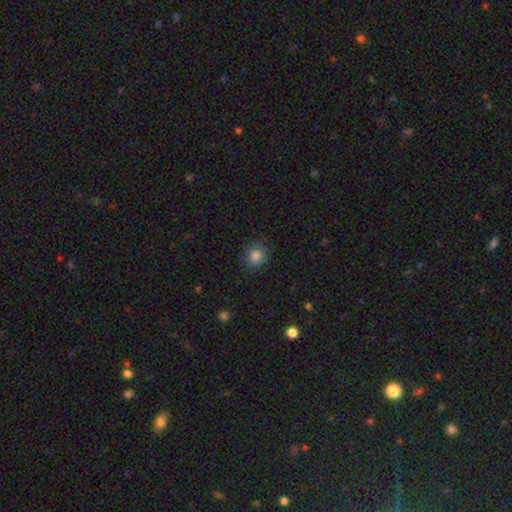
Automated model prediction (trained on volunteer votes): Smooth or featured?
  - smooth: 85% *
  - star or artifact: 10%
  - featured or disk: 5%
How rounded?
  - round: 76% *
  - in between: 24%
  - cigar-shaped: 1%
Merging?
  - none: 83% *
  - minor disturbance: 12%
  - major disturbance: 3%
  - merger: 1%